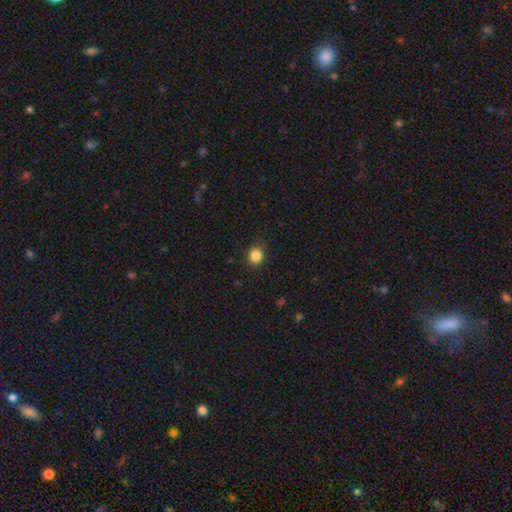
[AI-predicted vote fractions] A smooth galaxy with no disk features (85%) that is round (72%). Merging: none (89%).